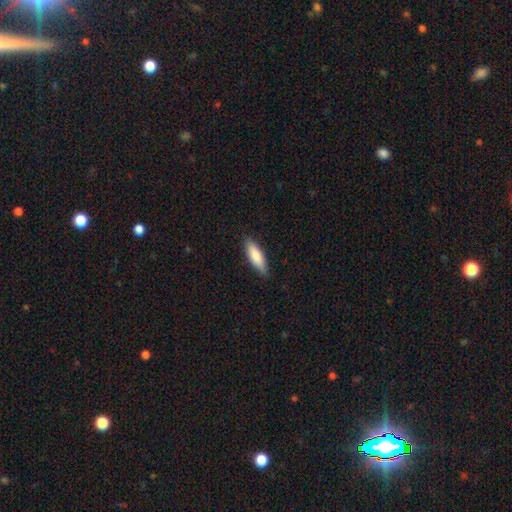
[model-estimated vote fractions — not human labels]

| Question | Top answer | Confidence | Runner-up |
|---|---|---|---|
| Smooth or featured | smooth | 83% | featured or disk (11%) |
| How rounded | in between | 54% | cigar-shaped (45%) |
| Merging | none | 87% | minor disturbance (10%) |